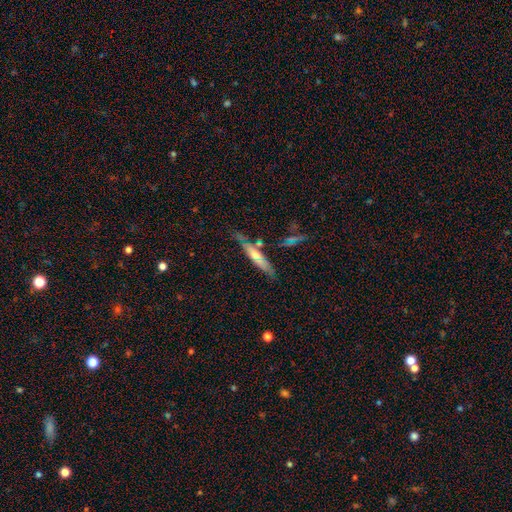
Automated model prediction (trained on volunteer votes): Smooth or featured?
  - smooth: 47% *
  - featured or disk: 44%
  - star or artifact: 9%
Merging?
  - none: 68% *
  - minor disturbance: 19%
  - merger: 8%
  - major disturbance: 5%